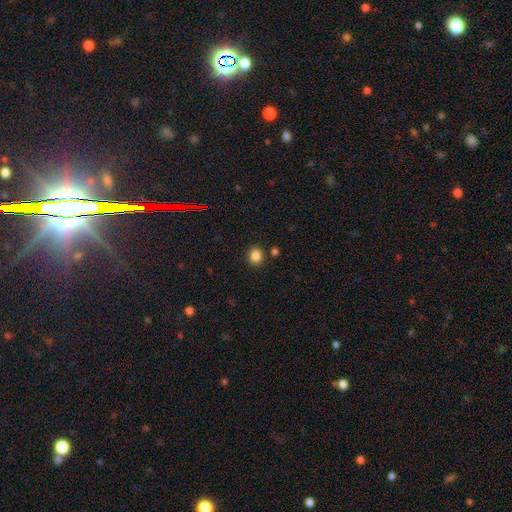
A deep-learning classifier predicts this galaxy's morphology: A smooth galaxy with no disk features (85%) that is round (71%). Merging: none (84%).